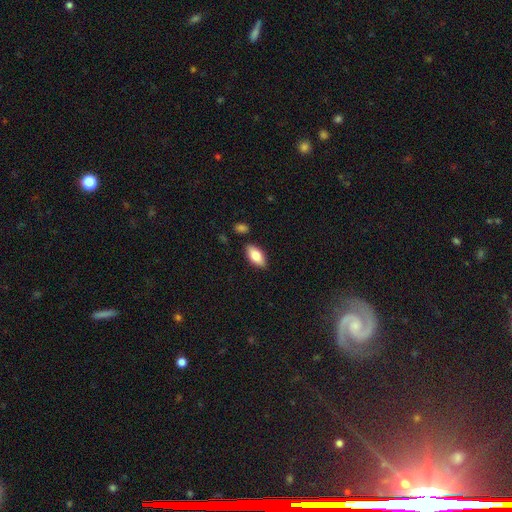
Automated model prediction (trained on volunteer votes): Smooth or featured: smooth — 79% (featured or disk — 15%)
How rounded: in between — 89% (cigar-shaped — 8%)
Merging: none — 85% (minor disturbance — 10%)